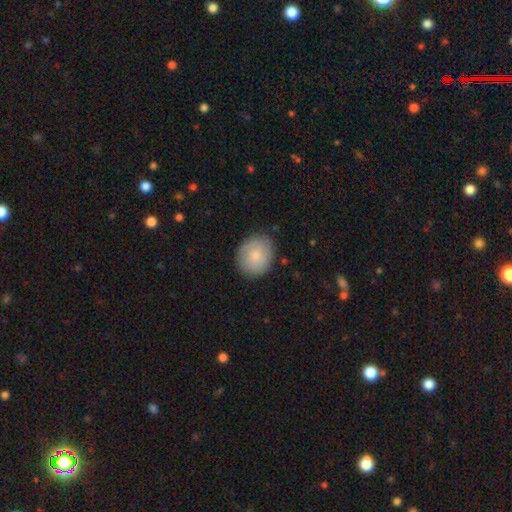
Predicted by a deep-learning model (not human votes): smooth 81%, featured or disk 12%, star or artifact 7%. Down the decision tree: how rounded — round (66%); merging — none (85%).